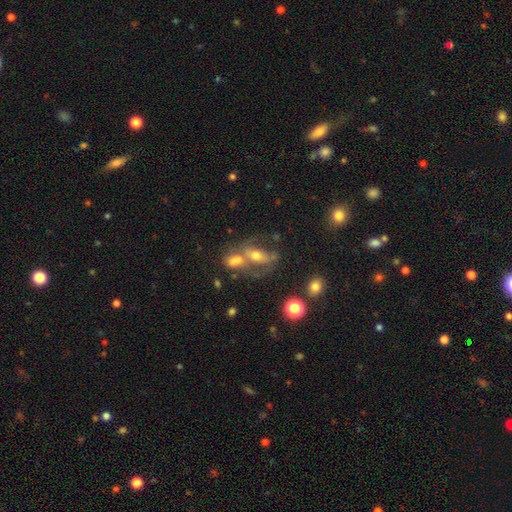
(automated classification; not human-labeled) Q: Smooth or featured?
A: featured or disk (49%); runner-up: smooth (32%)
Q: Merging?
A: merger (49%); runner-up: none (33%)